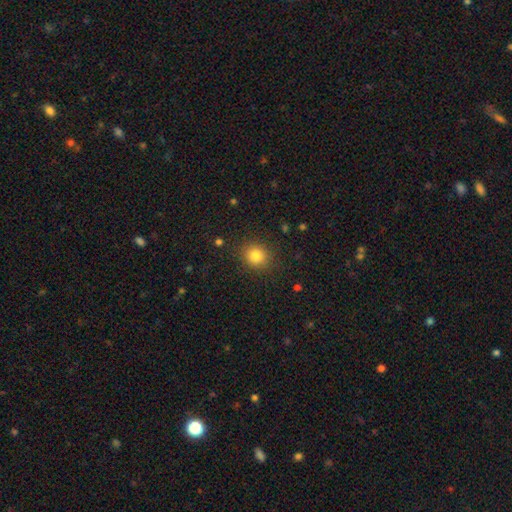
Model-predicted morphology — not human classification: type=smooth (82%); roundness=round (86%); merging=none (89%).